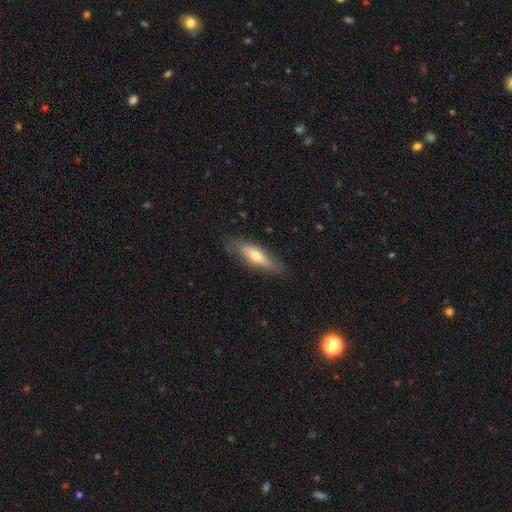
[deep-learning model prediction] A smooth galaxy with no disk features (57%) that is cigar-shaped (50%). Merging: none (78%).